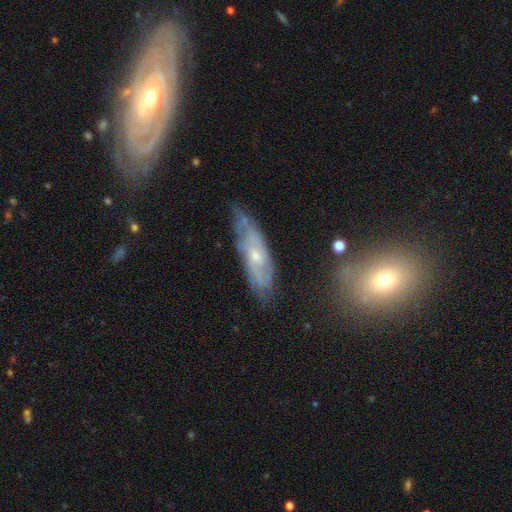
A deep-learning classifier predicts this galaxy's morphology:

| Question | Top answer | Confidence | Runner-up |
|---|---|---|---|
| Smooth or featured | featured or disk | 74% | smooth (20%) |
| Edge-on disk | no | 80% | yes (20%) |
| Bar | no | 68% | weak (28%) |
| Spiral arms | yes | 86% | no (14%) |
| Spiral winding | tight | 51% | medium (37%) |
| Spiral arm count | can't tell | 49% | 2 (30%) |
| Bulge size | small | 64% | moderate (31%) |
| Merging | none | 64% | minor disturbance (26%) |